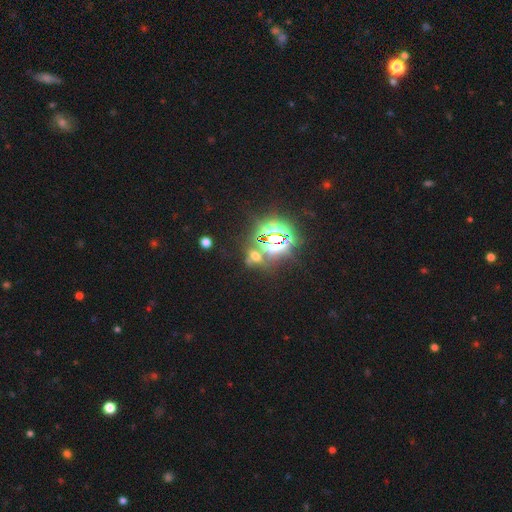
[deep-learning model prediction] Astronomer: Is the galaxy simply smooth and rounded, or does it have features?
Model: star or artifact — 64%.